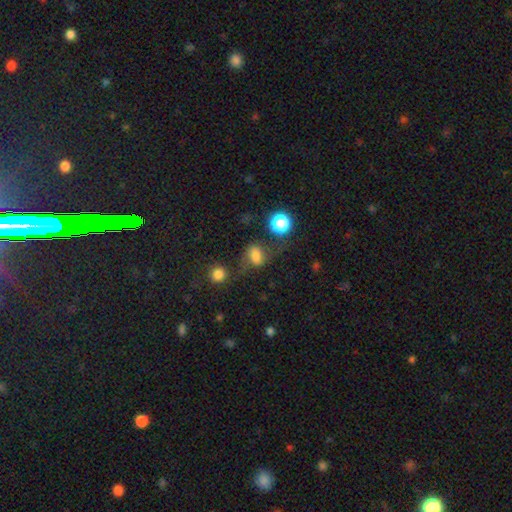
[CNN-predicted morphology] A smooth galaxy with no disk features (65%) that is in between round and cigar-shaped (58%). Merging: none (49%).